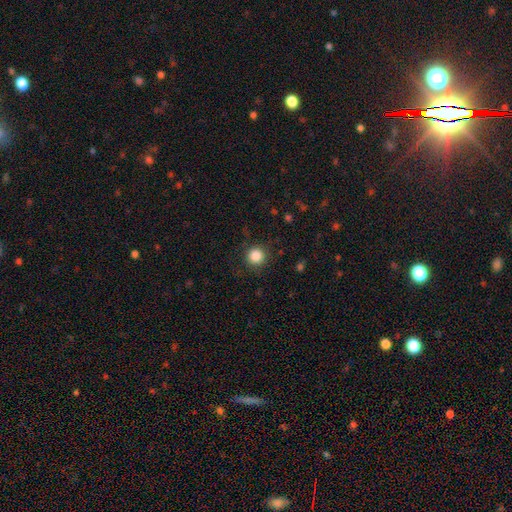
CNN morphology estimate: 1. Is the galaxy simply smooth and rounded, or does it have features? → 86% smooth, 10% star or artifact, 3% featured or disk.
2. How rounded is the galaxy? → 95% round, 4% in between, 1% cigar-shaped.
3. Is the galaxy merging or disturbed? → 88% none, 8% minor disturbance, 3% major disturbance, 1% merger.